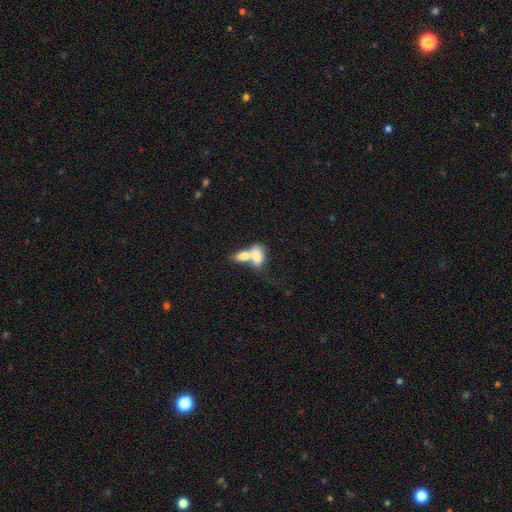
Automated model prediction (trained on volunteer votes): The model was most divided on "smooth or featured": smooth: 75%, featured or disk: 19%, star or artifact: 7%. More confident: how rounded — in between (86%); merging — merger (77%).